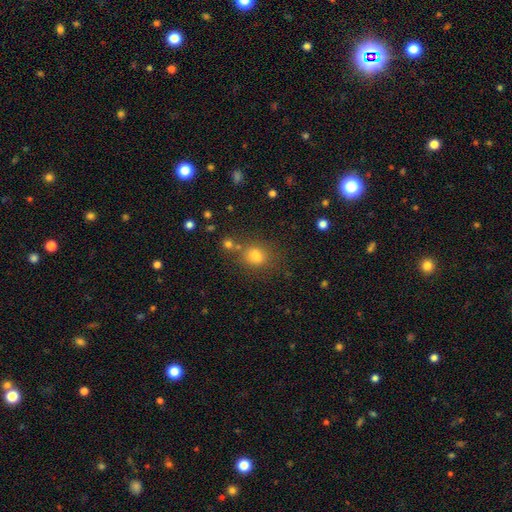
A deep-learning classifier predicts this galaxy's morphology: Smooth or featured?
  - smooth: 74% *
  - star or artifact: 18%
  - featured or disk: 8%
How rounded?
  - round: 54% *
  - in between: 44%
  - cigar-shaped: 1%
Merging?
  - none: 66% *
  - minor disturbance: 14%
  - merger: 14%
  - major disturbance: 6%